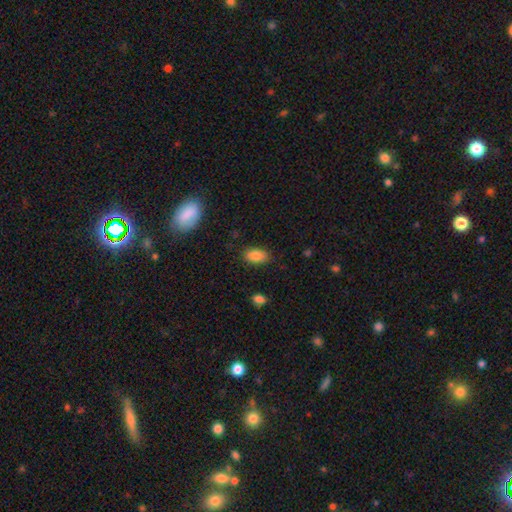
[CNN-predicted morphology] A smooth galaxy with no disk features (85%) that is in between round and cigar-shaped (91%). Merging: none (82%).